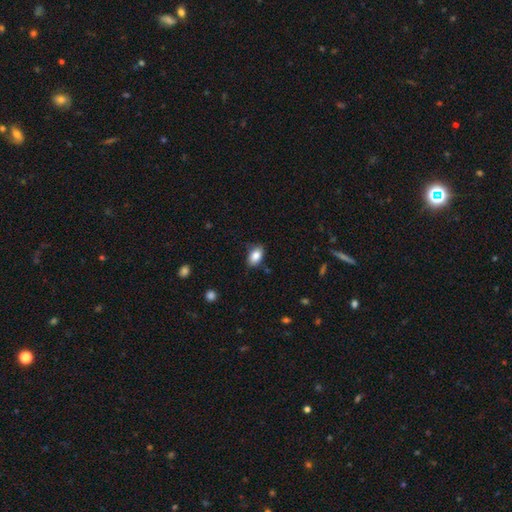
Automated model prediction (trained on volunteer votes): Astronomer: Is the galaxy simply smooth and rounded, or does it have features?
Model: smooth — 86%.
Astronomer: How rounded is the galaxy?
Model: in between — 90%.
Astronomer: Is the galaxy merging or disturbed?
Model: none — 79%.